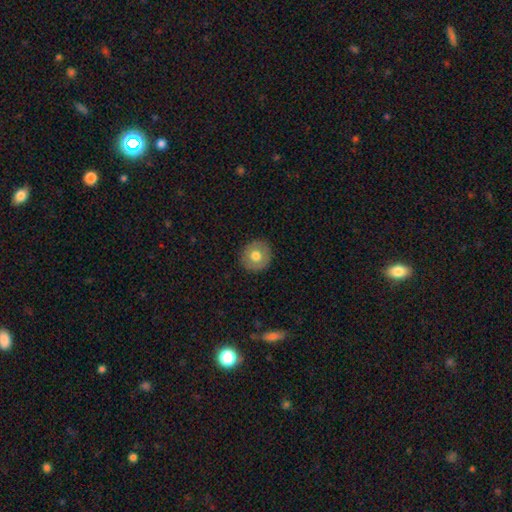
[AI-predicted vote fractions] Overall: smooth (71%). How rounded: round (93%). Merging: none (91%).